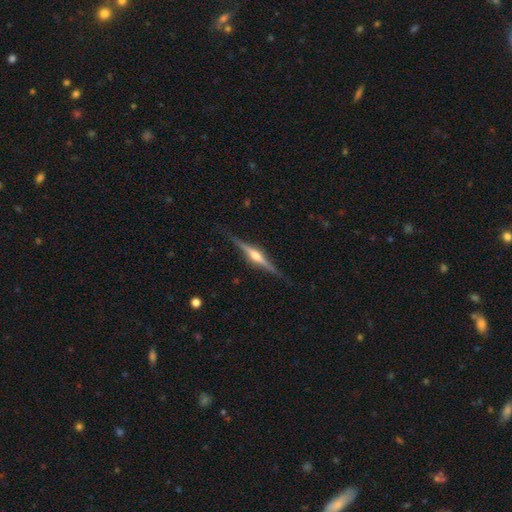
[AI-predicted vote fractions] Smooth or featured: featured or disk — 80% (smooth — 14%)
Edge-on disk: yes — 98% (no — 2%)
Edge-on bulge: rounded — 88% (boxy — 7%)
Merging: none — 87% (minor disturbance — 10%)